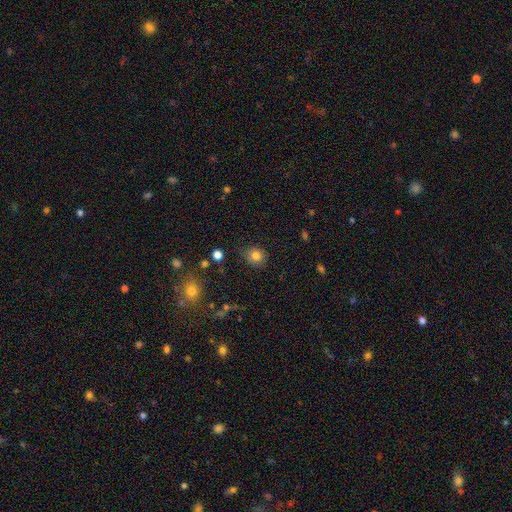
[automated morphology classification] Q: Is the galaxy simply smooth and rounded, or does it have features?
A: smooth — 81%.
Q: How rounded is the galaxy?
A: round — 79%.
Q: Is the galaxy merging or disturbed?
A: none — 83%.